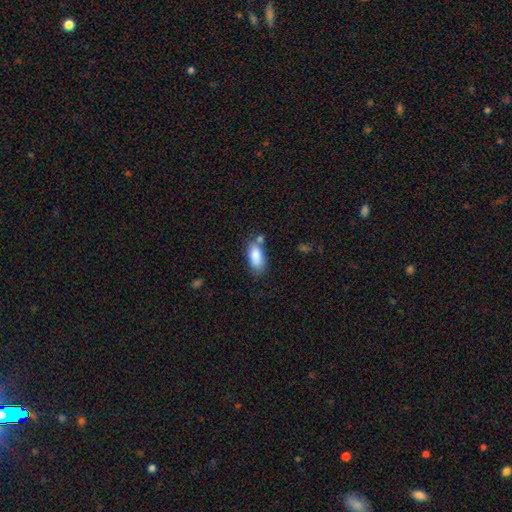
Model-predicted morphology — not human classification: smooth-or-featured: smooth: 84% | featured or disk: 9% | star or artifact: 7%
  how-rounded: in between: 88% | cigar-shaped: 9% | round: 3%
  merging: none: 59% | minor disturbance: 21% | merger: 14% | major disturbance: 6%